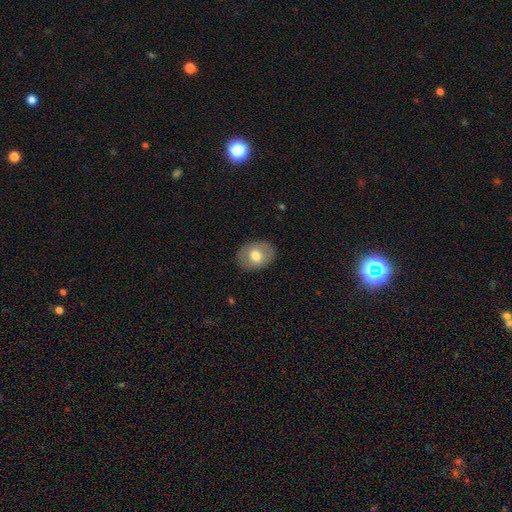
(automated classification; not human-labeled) Smooth or featured? Predicted: smooth (p=0.68). How rounded? Predicted: in between (p=0.68). Merging? Predicted: none (p=0.86).